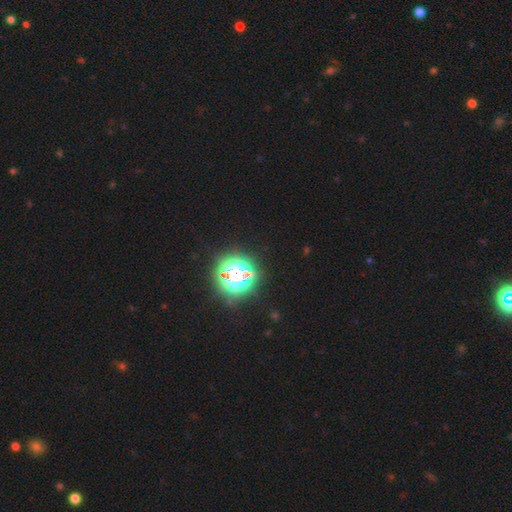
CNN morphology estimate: A star or artifact, not a galaxy (81%).

Vote fractions:
- Smooth or featured? star or artifact: 81% / smooth: 15% / featured or disk: 5%